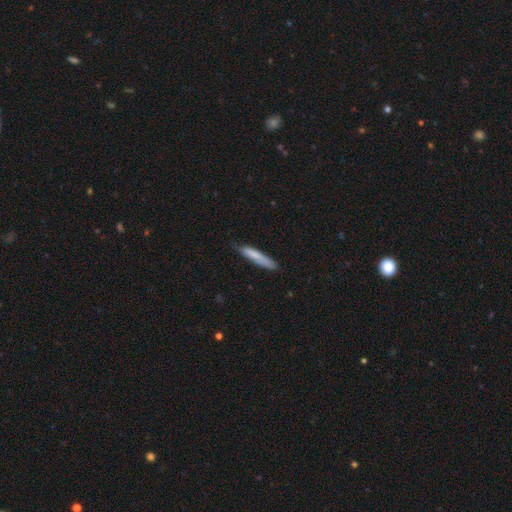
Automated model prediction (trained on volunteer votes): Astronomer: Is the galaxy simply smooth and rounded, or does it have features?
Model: smooth — 76%.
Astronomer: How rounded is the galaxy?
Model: cigar-shaped — 87%.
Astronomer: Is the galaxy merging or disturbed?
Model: none — 69%.